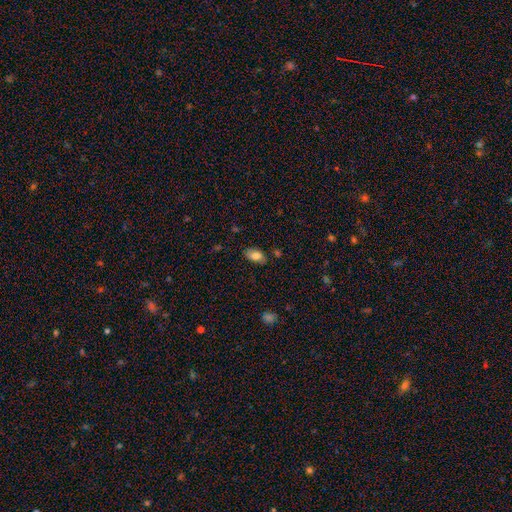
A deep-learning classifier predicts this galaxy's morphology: A smooth galaxy with no disk features (81%) that is in between round and cigar-shaped (93%). Merging: none (79%).